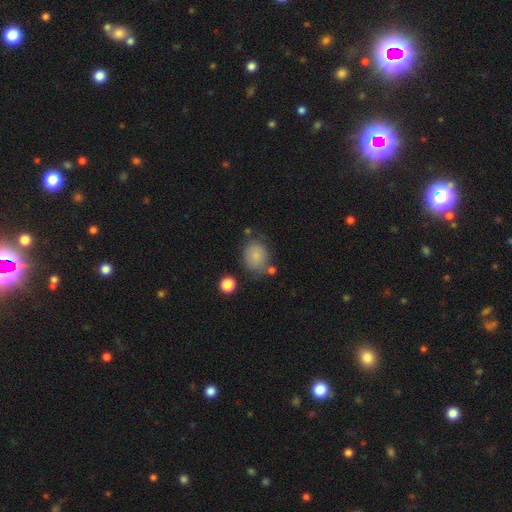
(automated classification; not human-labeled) This is clearly a smooth galaxy (81%). How rounded: possibly round (54%). Merging: likely none (65%).